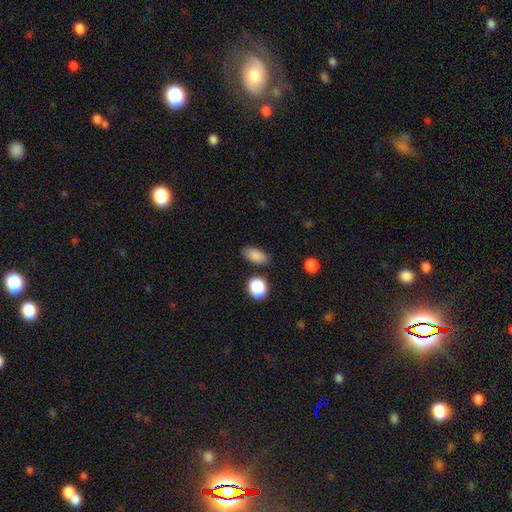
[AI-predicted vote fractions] This is clearly a smooth galaxy (86%). How rounded: clearly in between (87%). Merging: clearly none (81%).